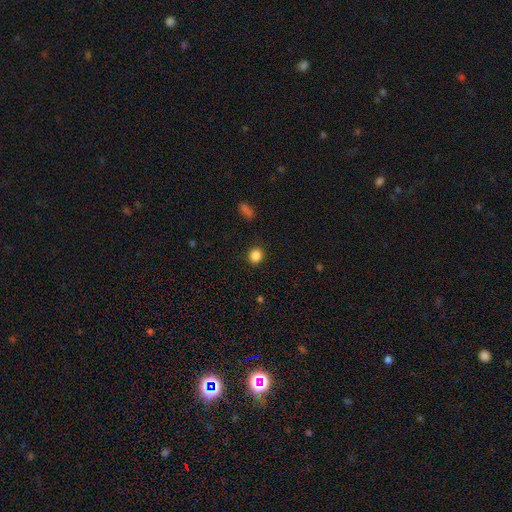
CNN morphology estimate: A smooth galaxy with no disk features (86%) that is round (77%). Merging: none (89%).